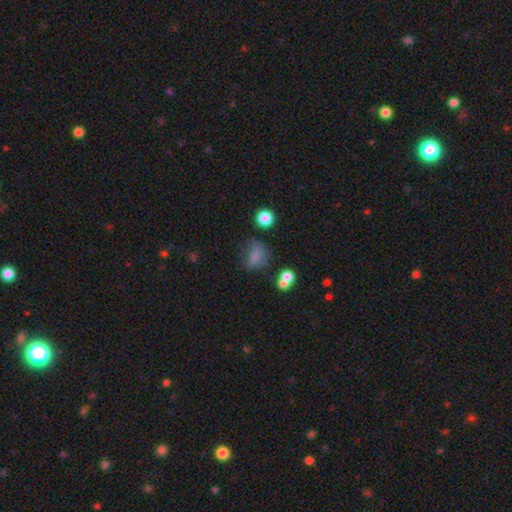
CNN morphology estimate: This appears to be a smooth galaxy with no disk features (70%) that is in between round and cigar-shaped (60%). Merging: none (41%).